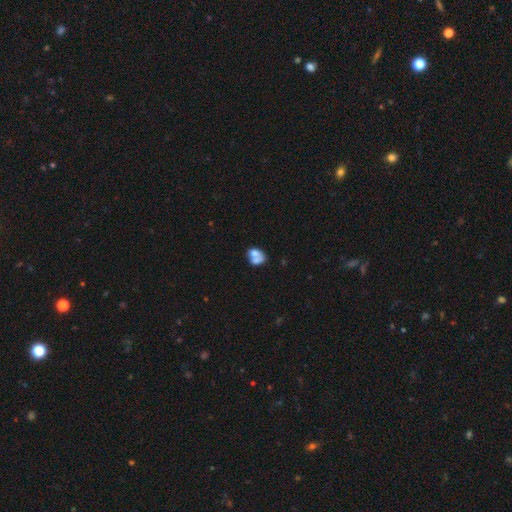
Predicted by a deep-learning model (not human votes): smooth_or_featured: smooth (p=0.63) [alt: featured or disk p=0.27]
how_rounded: in between (p=0.60) [alt: round p=0.39]
merging: merger (p=0.53) [alt: none p=0.26]